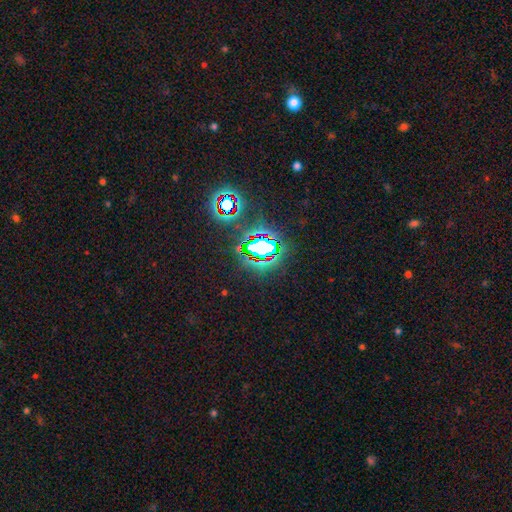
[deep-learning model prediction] star or artifact 80%, smooth 12%, featured or disk 8%.